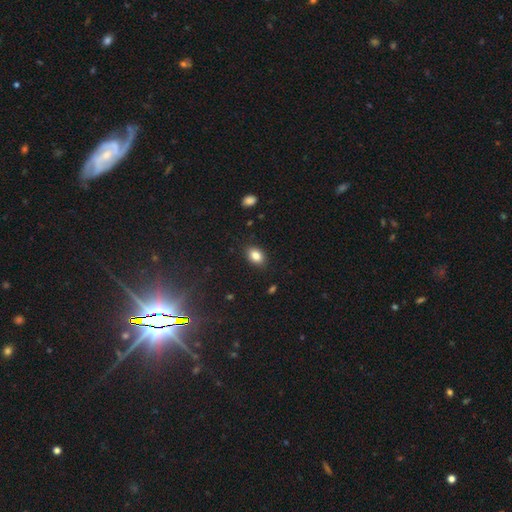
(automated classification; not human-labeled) Smooth or featured: smooth — 84% (star or artifact — 9%)
How rounded: in between — 80% (round — 18%)
Merging: none — 87% (minor disturbance — 9%)